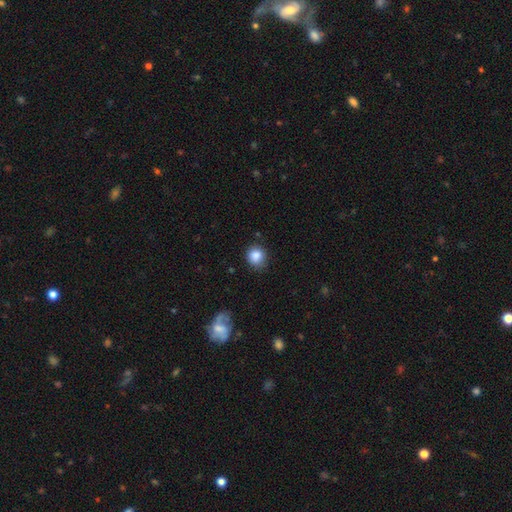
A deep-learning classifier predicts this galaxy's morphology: Smooth or featured? Predicted: smooth (p=0.86). How rounded? Predicted: round (p=0.84). Merging? Predicted: none (p=0.80).